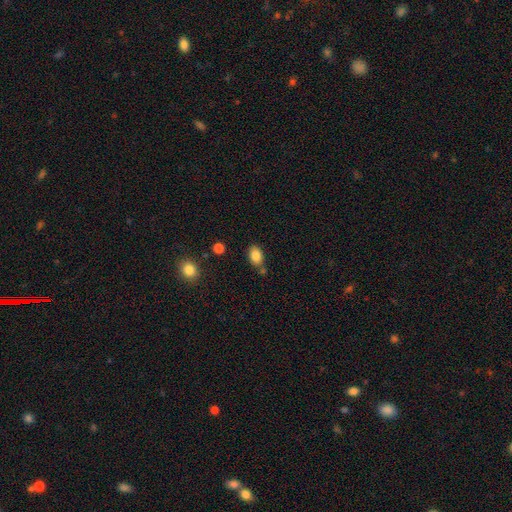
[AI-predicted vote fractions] Smooth or featured?
  - smooth: 85% *
  - star or artifact: 9%
  - featured or disk: 6%
How rounded?
  - in between: 85% *
  - round: 14%
  - cigar-shaped: 2%
Merging?
  - none: 70% *
  - minor disturbance: 15%
  - merger: 11%
  - major disturbance: 4%